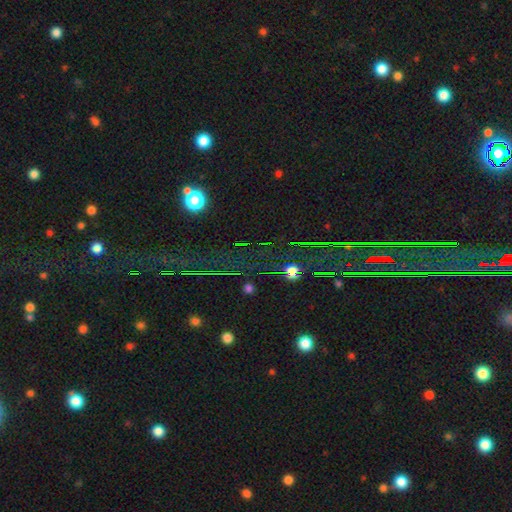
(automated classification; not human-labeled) star or artifact 78%, smooth 12%, featured or disk 9%.